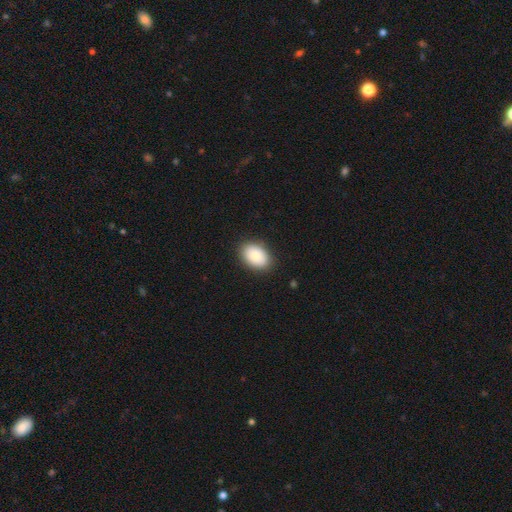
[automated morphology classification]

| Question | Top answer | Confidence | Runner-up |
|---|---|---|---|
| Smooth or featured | smooth | 87% | featured or disk (7%) |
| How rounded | in between | 85% | round (14%) |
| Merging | none | 88% | minor disturbance (9%) |